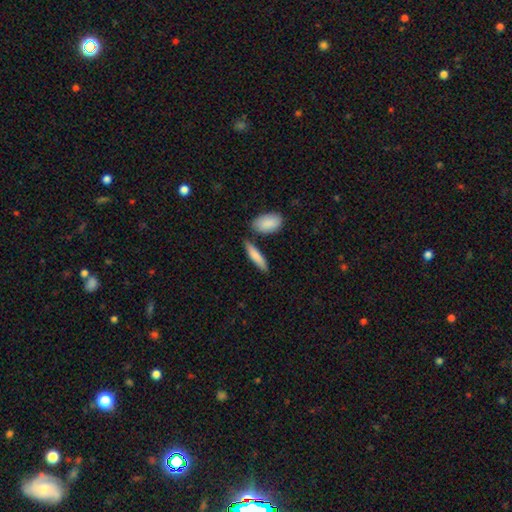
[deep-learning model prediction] Smooth or featured? smooth (81%)
How rounded? cigar-shaped (67%)
Merging? none (74%)